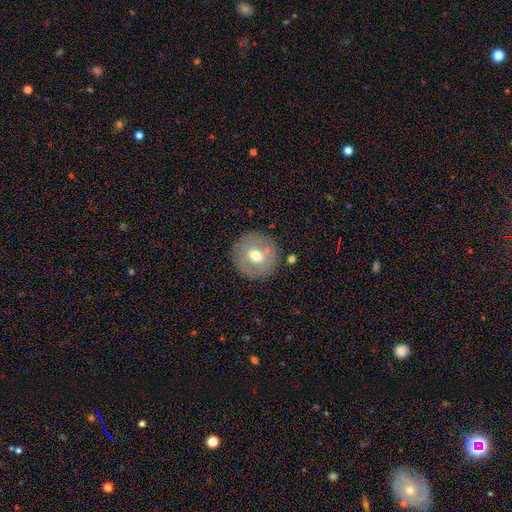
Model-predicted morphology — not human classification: This is possibly a smooth galaxy (52%). How rounded: clearly round (93%). Merging: clearly none (85%).